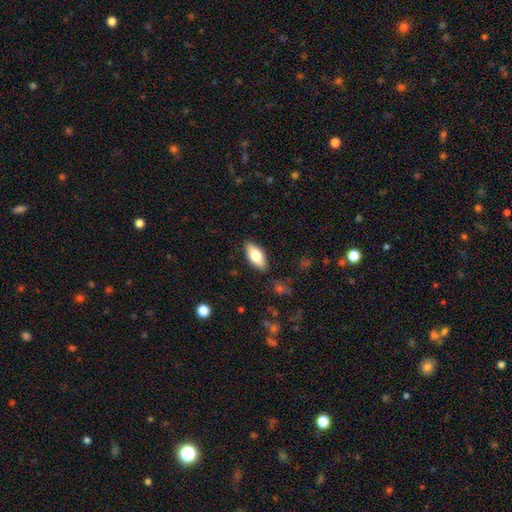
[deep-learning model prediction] smooth 74%, featured or disk 20%, star or artifact 6%. Down the decision tree: how rounded — in between (84%); merging — none (86%).